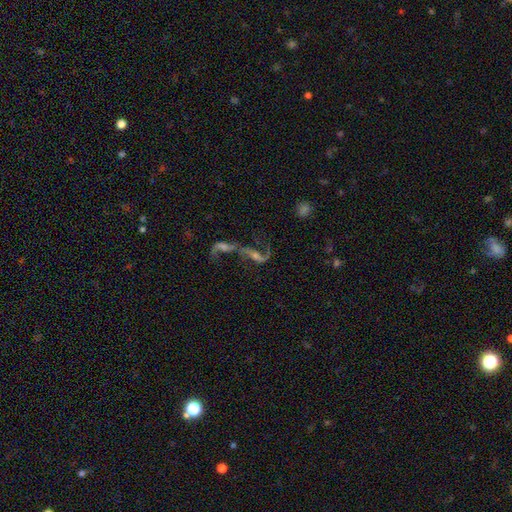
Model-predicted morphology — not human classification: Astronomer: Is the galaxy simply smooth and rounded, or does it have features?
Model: featured or disk — 72%.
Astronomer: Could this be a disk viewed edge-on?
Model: no — 91%.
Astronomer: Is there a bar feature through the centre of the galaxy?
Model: no — 43% (runner-up: weak, 33%).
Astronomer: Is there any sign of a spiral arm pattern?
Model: yes — 78%.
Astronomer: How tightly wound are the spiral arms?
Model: loose — 87%.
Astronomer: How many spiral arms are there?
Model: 2 — 73%.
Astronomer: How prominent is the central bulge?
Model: small — 43% (runner-up: moderate, 30%).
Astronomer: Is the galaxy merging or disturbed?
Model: merger — 57%.